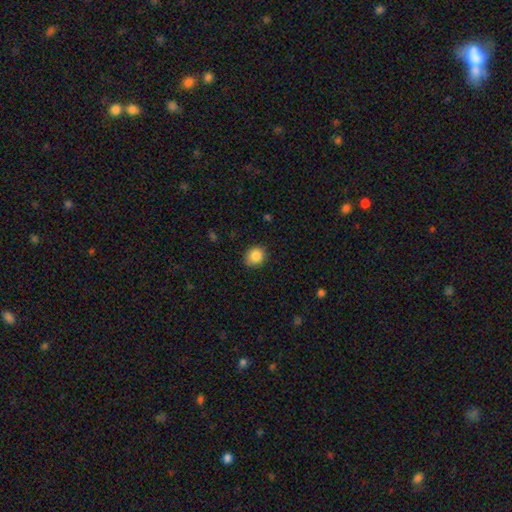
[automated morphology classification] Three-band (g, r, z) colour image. It shows a smooth galaxy with no disk features (86%) that is round (74%). Merging: none (86%).